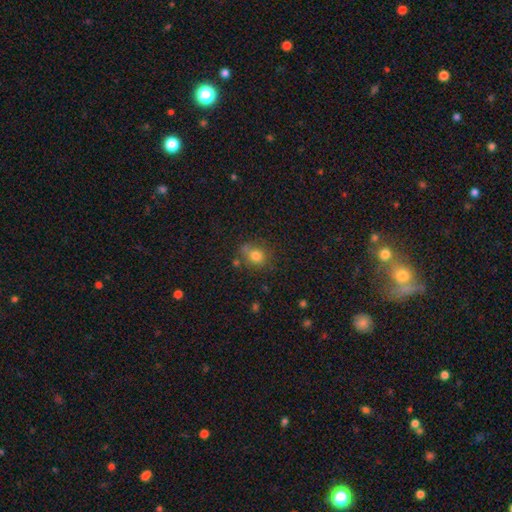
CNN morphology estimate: Smooth or featured: smooth — 79% (star or artifact — 12%)
How rounded: round — 69% (in between — 30%)
Merging: none — 62% (minor disturbance — 19%)